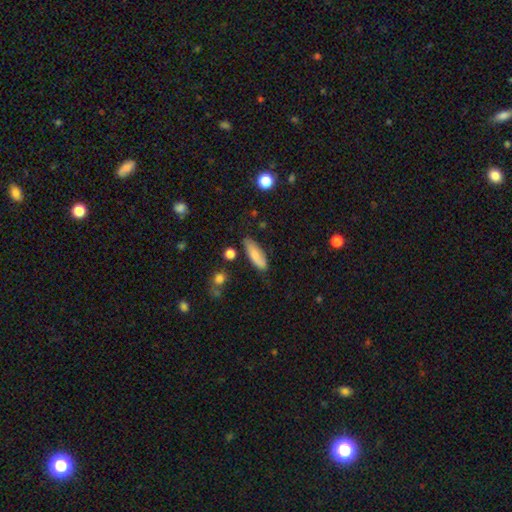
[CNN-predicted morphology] Smooth or featured? smooth (75%)
How rounded? in between (64%)
Merging? none (72%)